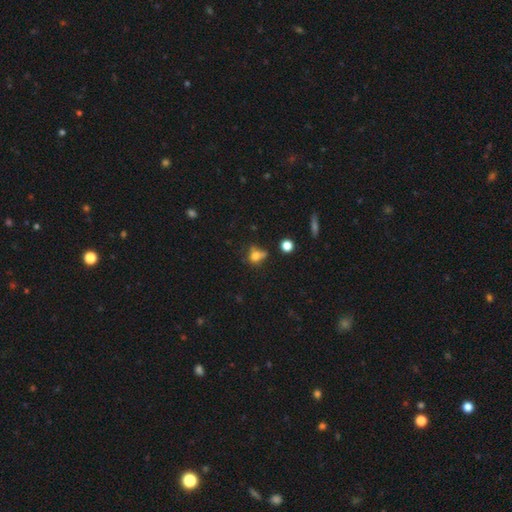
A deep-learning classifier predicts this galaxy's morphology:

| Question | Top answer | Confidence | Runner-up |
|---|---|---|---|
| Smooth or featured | smooth | 70% | star or artifact (16%) |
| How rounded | round | 62% | in between (35%) |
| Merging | none | 41% | minor disturbance (23%) |